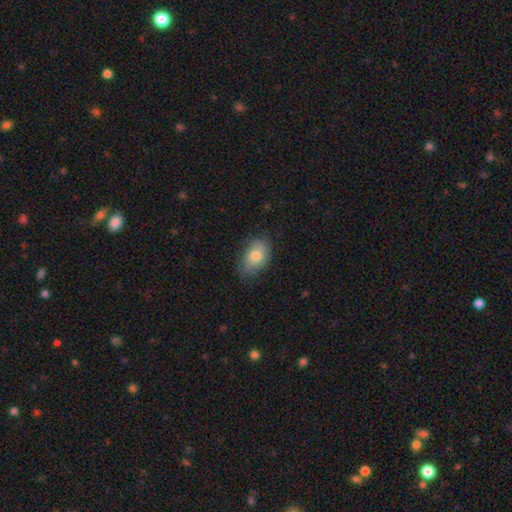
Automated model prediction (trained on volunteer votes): smooth 79%, featured or disk 13%, star or artifact 8%. Down the decision tree: how rounded — in between (84%); merging — none (65%).